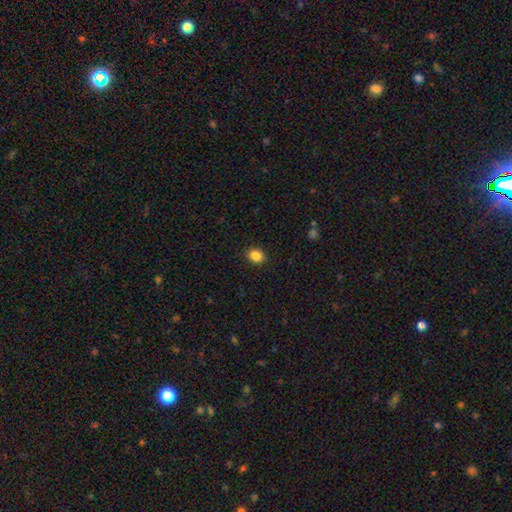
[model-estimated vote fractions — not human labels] smooth-or-featured: smooth: 86% | star or artifact: 10% | featured or disk: 4%
  how-rounded: round: 50% | in between: 49% | cigar-shaped: 1%
  merging: none: 90% | minor disturbance: 7% | major disturbance: 2% | merger: 1%